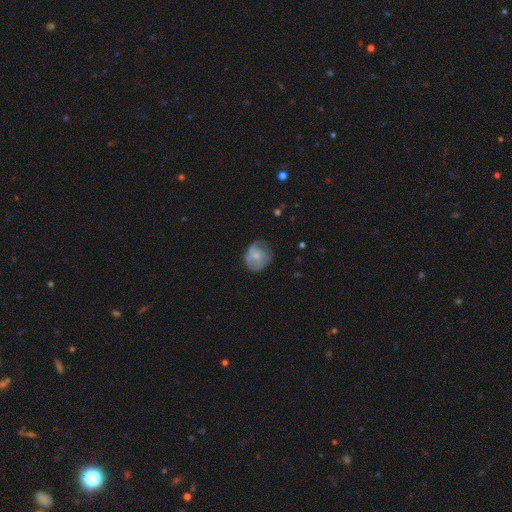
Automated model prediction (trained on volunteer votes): Smooth or featured: featured or disk — 46% (smooth — 45%)
Merging: none — 53% (minor disturbance — 28%)